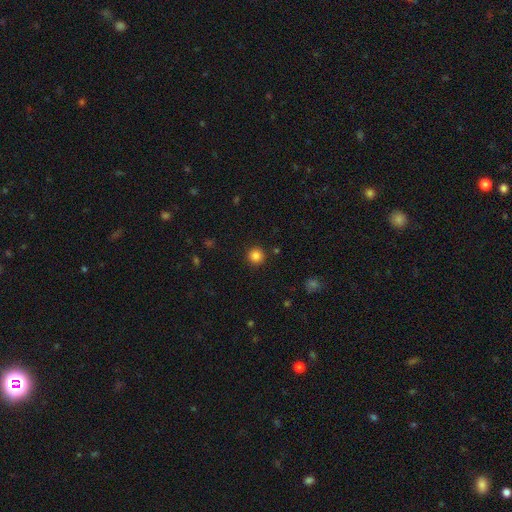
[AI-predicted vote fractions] The model was most divided on "smooth or featured": smooth: 85%, star or artifact: 12%, featured or disk: 4%. More confident: how rounded — round (95%); merging — none (91%).